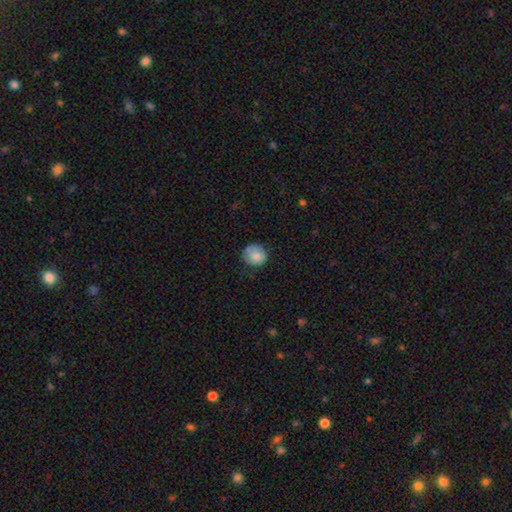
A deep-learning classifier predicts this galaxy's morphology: smooth-or-featured: smooth: 82% | featured or disk: 10% | star or artifact: 8%
  how-rounded: round: 82% | in between: 17% | cigar-shaped: 1%
  merging: none: 71% | minor disturbance: 22% | major disturbance: 5% | merger: 2%